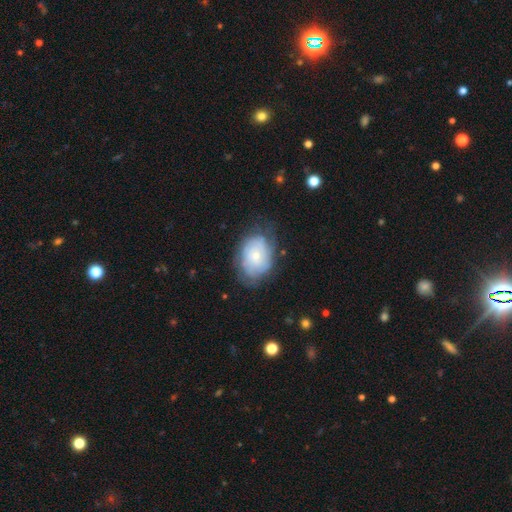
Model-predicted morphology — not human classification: Overall: featured or disk (48%; smooth 45%). Merging: none (62%; minor disturbance 26%).